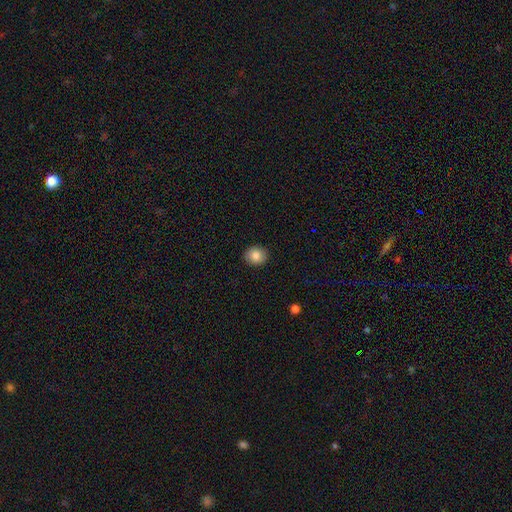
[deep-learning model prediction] smooth 84%, star or artifact 9%, featured or disk 7%. Down the decision tree: how rounded — round (75%); merging — none (91%).